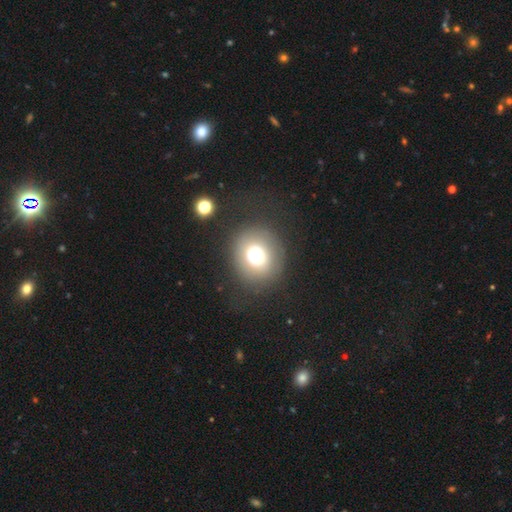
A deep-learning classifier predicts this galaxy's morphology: Smooth or featured?
  - smooth: 73% *
  - featured or disk: 15%
  - star or artifact: 13%
How rounded?
  - round: 82% *
  - in between: 17%
  - cigar-shaped: 1%
Merging?
  - none: 81% *
  - minor disturbance: 10%
  - major disturbance: 7%
  - merger: 2%